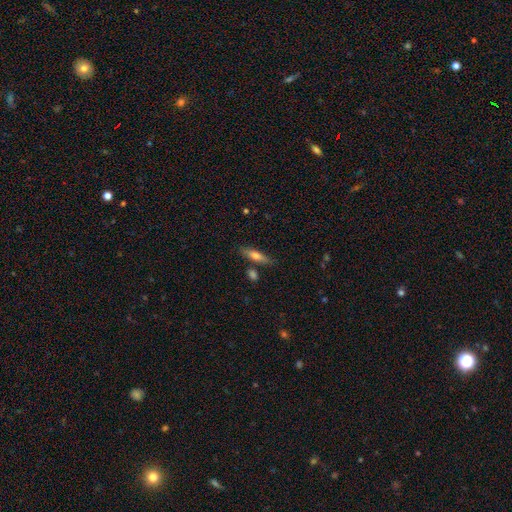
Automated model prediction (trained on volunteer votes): This appears to be a smooth galaxy with no disk features (65%) that is cigar-shaped (67%). Merging: none (79%).